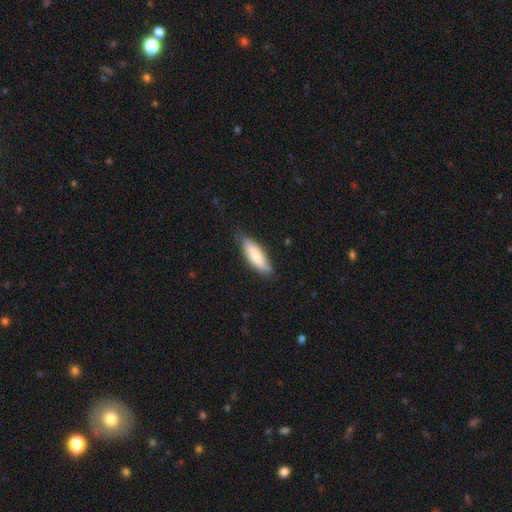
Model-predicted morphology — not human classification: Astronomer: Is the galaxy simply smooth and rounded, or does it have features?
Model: smooth — 75%.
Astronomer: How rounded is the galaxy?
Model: in between — 61% (runner-up: cigar-shaped, 38%).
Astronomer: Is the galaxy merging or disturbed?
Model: none — 73%.